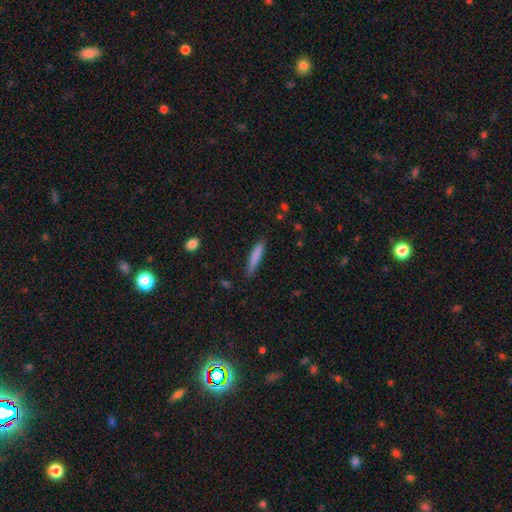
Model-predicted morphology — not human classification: A smooth galaxy with no disk features (80%) that is cigar-shaped (89%).

Vote fractions:
- Smooth or featured? smooth: 80% / featured or disk: 13% / star or artifact: 6%
- How rounded? cigar-shaped: 89% / in between: 10% / round: 1%
- Merging? none: 80% / minor disturbance: 16% / major disturbance: 3% / merger: 2%